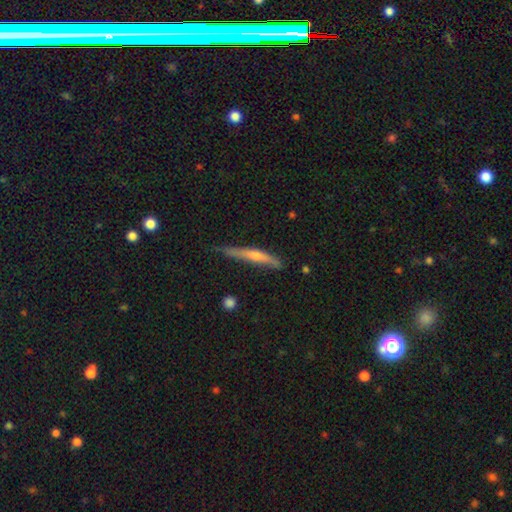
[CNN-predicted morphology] A featured or disk galaxy (50%) viewed edge-on (93%). Merging: none (65%).